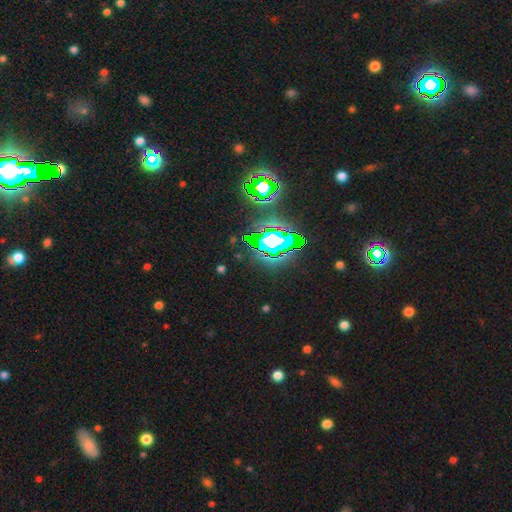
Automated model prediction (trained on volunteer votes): This appears to be a star or artifact, not a galaxy (83%).